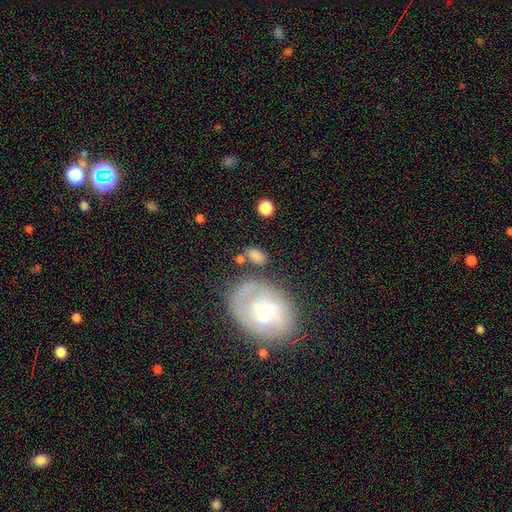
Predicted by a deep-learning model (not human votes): Smooth or featured: smooth — 77% (featured or disk — 15%)
How rounded: in between — 87% (round — 11%)
Merging: none — 65% (minor disturbance — 17%)